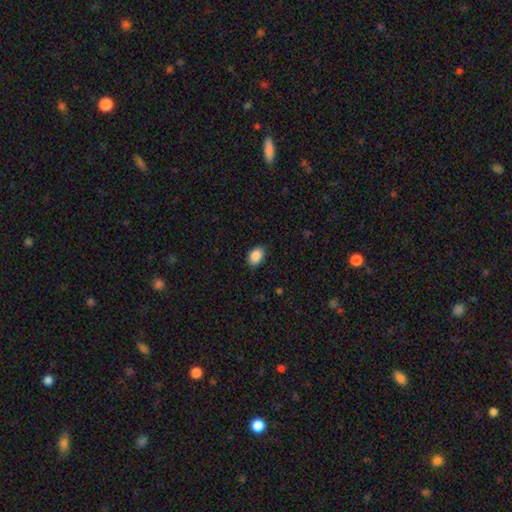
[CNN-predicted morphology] Smooth or featured: smooth — 89% (star or artifact — 8%)
How rounded: in between — 82% (round — 17%)
Merging: none — 83% (minor disturbance — 13%)